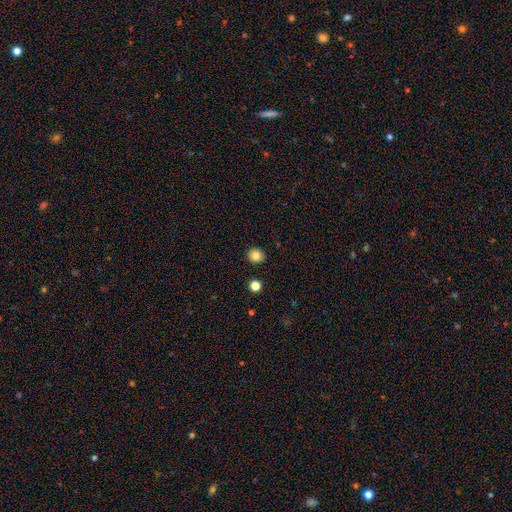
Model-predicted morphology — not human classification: This appears to be a smooth galaxy with no disk features (81%) that is round (91%). Merging: none (92%).